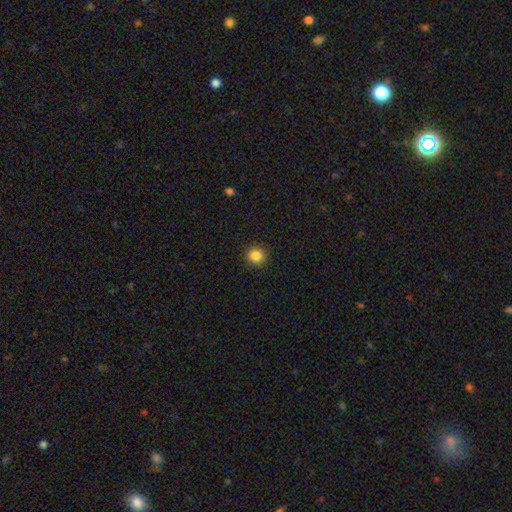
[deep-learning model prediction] This appears to be a smooth galaxy with no disk features (85%) that is round (93%). Merging: none (92%).